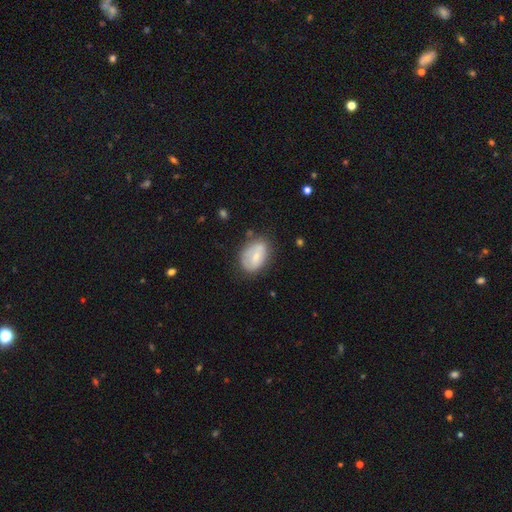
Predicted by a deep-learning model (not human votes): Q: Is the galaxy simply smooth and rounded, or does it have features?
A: smooth — 58%.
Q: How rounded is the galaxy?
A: in between — 80%.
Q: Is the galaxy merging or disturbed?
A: none — 57%.